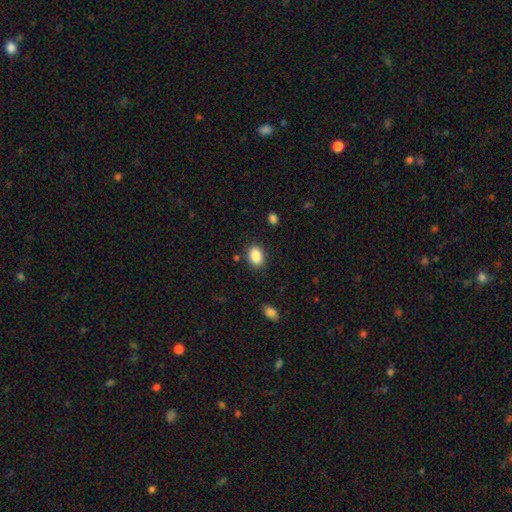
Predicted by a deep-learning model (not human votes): Smooth or featured? Predicted: smooth (p=0.87). How rounded? Predicted: in between (p=0.72). Merging? Predicted: none (p=0.86).